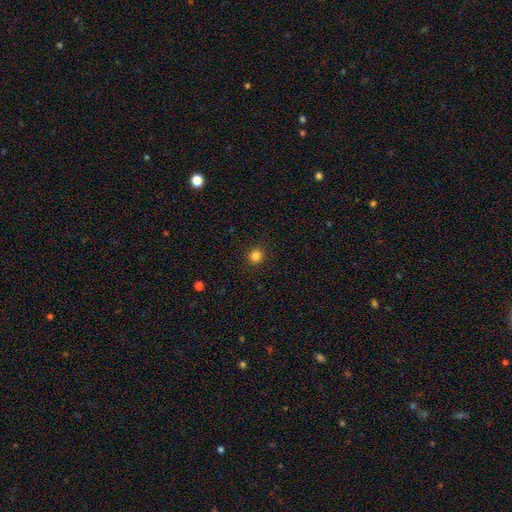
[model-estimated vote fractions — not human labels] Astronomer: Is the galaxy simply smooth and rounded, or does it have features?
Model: smooth — 84%.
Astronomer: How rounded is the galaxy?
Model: round — 91%.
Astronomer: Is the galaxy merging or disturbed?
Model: none — 92%.